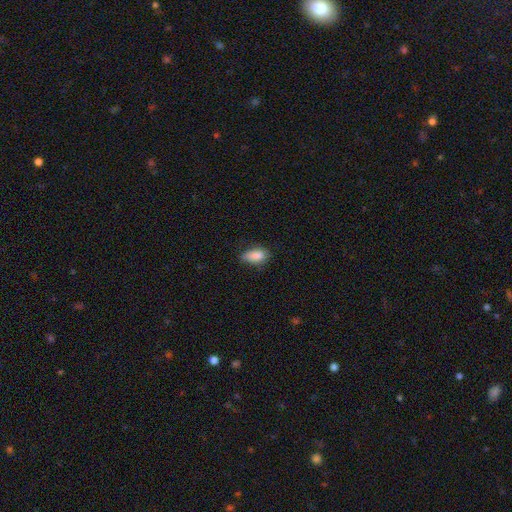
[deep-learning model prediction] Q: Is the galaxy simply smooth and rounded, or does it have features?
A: smooth — 86%.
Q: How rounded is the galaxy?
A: in between — 90%.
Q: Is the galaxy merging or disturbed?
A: none — 60%.